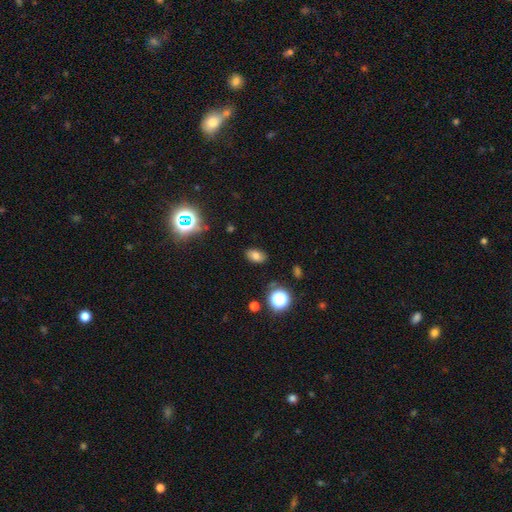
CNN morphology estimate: smooth_or_featured: smooth (p=0.72) [alt: star or artifact p=0.17]
how_rounded: in between (p=0.86) [alt: round p=0.12]
merging: none (p=0.85) [alt: minor disturbance p=0.10]